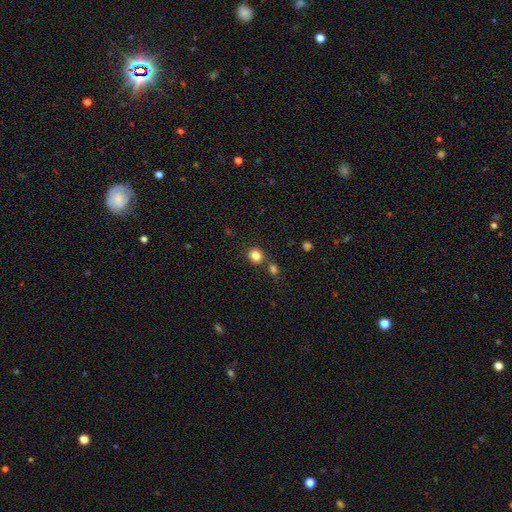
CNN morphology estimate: Smooth or featured? smooth (83%)
How rounded? round (82%)
Merging? none (75%)